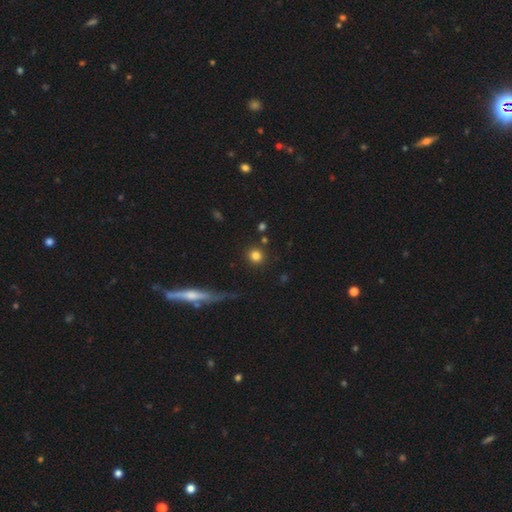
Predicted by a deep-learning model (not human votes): This appears to be a smooth galaxy with no disk features (81%) that is round (92%). Merging: none (85%).